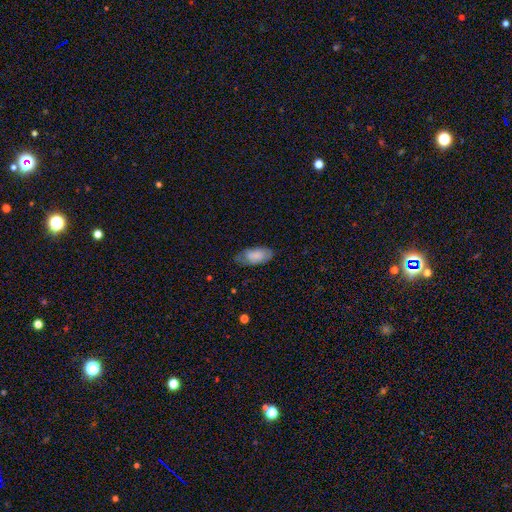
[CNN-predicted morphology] Smooth or featured? smooth (73%)
How rounded? in between (93%)
Merging? none (60%)